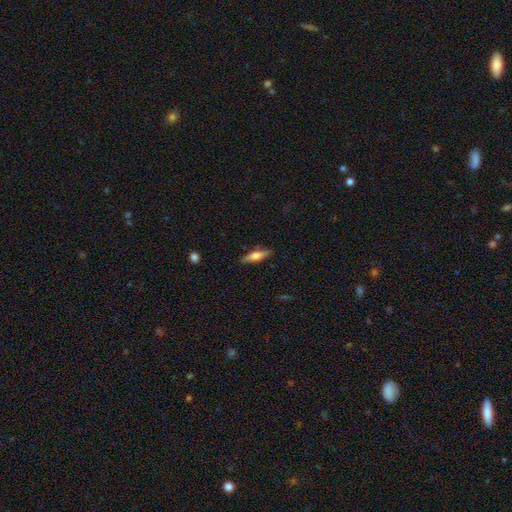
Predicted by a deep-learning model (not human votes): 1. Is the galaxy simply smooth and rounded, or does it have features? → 56% smooth, 37% featured or disk, 7% star or artifact.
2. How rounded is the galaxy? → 55% cigar-shaped, 42% in between, 2% round.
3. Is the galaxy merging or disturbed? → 82% none, 14% minor disturbance, 3% major disturbance, 1% merger.